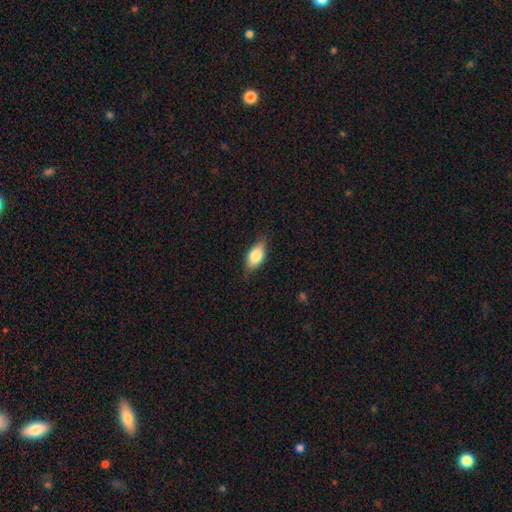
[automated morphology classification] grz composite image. It shows a smooth galaxy with no disk features (72%) that is in between round and cigar-shaped (85%). Merging: none (76%).